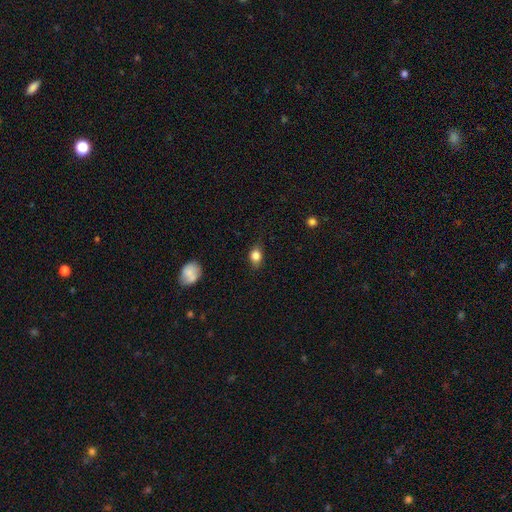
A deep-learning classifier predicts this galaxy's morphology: A smooth galaxy with no disk features (83%) that is in between round and cigar-shaped (66%). Merging: none (75%).